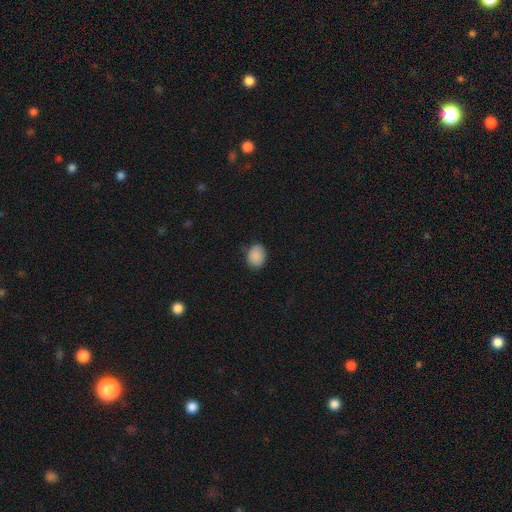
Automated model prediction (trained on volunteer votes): A smooth galaxy with no disk features (89%) that is in between round and cigar-shaped (56%).

Vote fractions:
- Smooth or featured? smooth: 89% / star or artifact: 8% / featured or disk: 3%
- How rounded? in between: 56% / round: 43% / cigar-shaped: 1%
- Merging? none: 80% / minor disturbance: 16% / major disturbance: 3% / merger: 1%